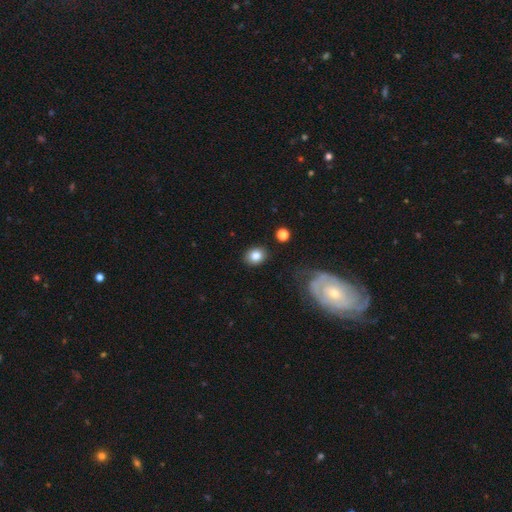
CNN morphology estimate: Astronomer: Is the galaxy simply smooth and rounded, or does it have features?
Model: smooth — 82%.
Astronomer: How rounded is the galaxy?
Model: round — 57% (runner-up: in between, 42%).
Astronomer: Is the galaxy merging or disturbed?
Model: none — 86%.